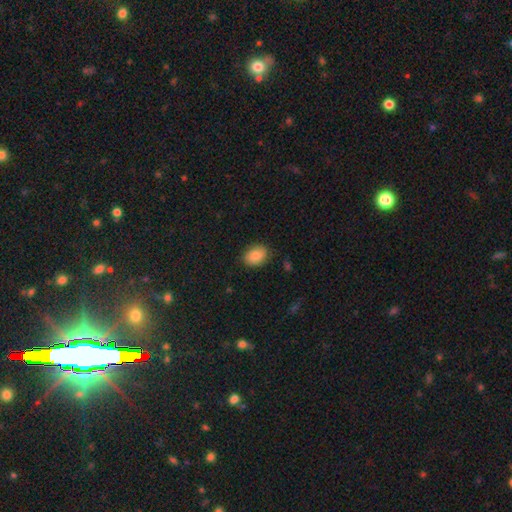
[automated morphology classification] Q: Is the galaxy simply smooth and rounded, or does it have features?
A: smooth — 87%.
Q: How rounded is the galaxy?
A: in between — 71%.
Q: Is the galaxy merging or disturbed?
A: none — 82%.